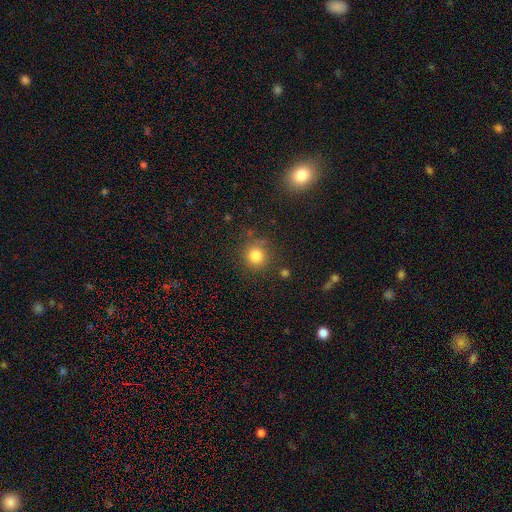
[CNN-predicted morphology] smooth-or-featured: smooth: 81% | star or artifact: 13% | featured or disk: 6%
  how-rounded: round: 92% | in between: 7% | cigar-shaped: 1%
  merging: none: 82% | minor disturbance: 11% | major disturbance: 4% | merger: 3%